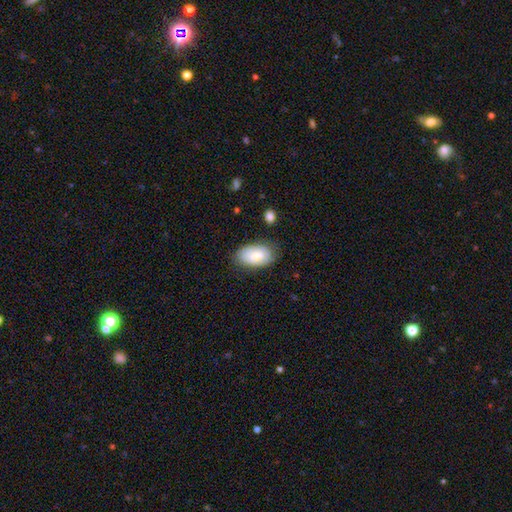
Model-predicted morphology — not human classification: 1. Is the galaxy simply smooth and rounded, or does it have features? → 68% smooth, 26% featured or disk, 6% star or artifact.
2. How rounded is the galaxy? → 94% in between, 5% round, 2% cigar-shaped.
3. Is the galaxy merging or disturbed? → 75% none, 19% minor disturbance, 4% major disturbance, 2% merger.